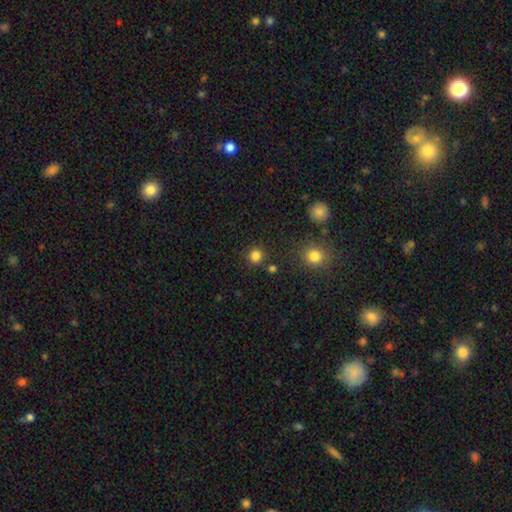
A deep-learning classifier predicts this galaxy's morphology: smooth-or-featured: smooth: 82% | star or artifact: 14% | featured or disk: 4%
  how-rounded: round: 93% | in between: 6% | cigar-shaped: 1%
  merging: none: 85% | minor disturbance: 7% | merger: 5% | major disturbance: 3%